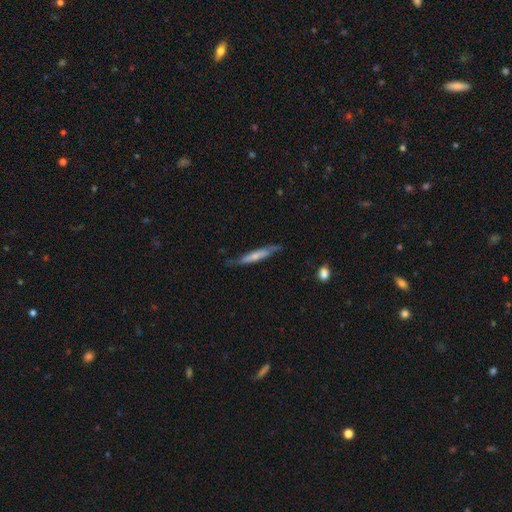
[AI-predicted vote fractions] Smooth or featured? smooth (52%)
How rounded? cigar-shaped (91%)
Merging? none (72%)